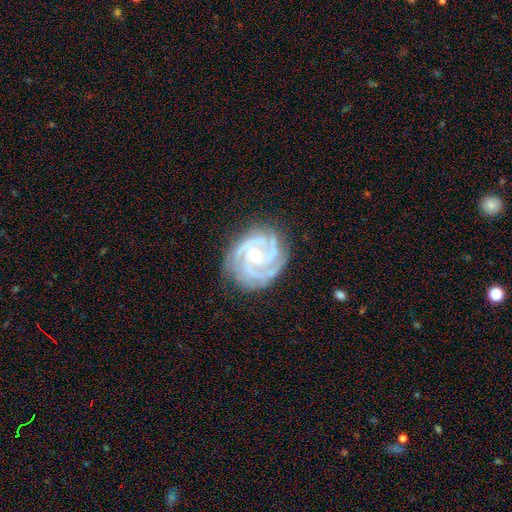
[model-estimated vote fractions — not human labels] A featured or disk galaxy (91%) with no bar (65%), 3 (47%) tight (73%) spiral arms (98%) and a small central bulge (52%).

Vote fractions:
- Smooth or featured? featured or disk: 91% / star or artifact: 5% / smooth: 4%
- Edge-on disk? no: 98% / yes: 2%
- Bar? no: 65% / weak: 27% / strong: 9%
- Spiral arms? yes: 98% / no: 2%
- Spiral winding? tight: 73% / medium: 24% / loose: 3%
- Spiral arm count? 3: 47% / 4: 19% / 2: 14% / can't tell: 10% / more than 4: 5% / 1: 5%
- Bulge size? small: 52% / moderate: 45% / large: 1% / none: 1% / dominant: 1%
- Merging? none: 78% / minor disturbance: 16% / major disturbance: 4% / merger: 1%